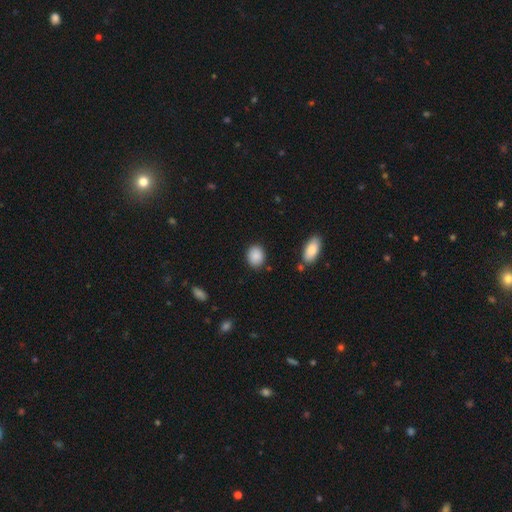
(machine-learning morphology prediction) Overall: smooth (89%). How rounded: in between (52%; round 47%). Merging: none (85%).